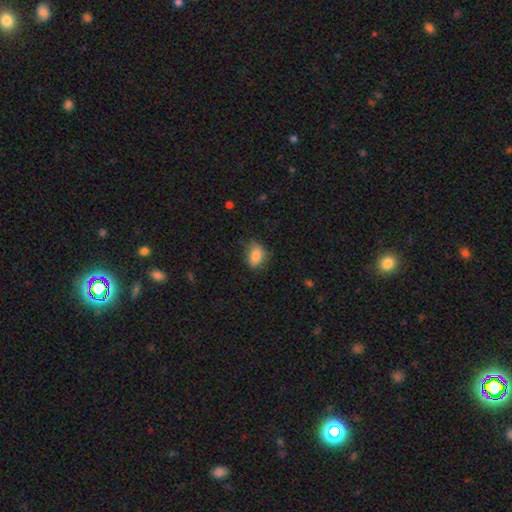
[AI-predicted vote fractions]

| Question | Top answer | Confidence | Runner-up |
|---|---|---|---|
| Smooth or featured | smooth | 84% | featured or disk (8%) |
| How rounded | in between | 80% | round (18%) |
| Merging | none | 65% | minor disturbance (26%) |